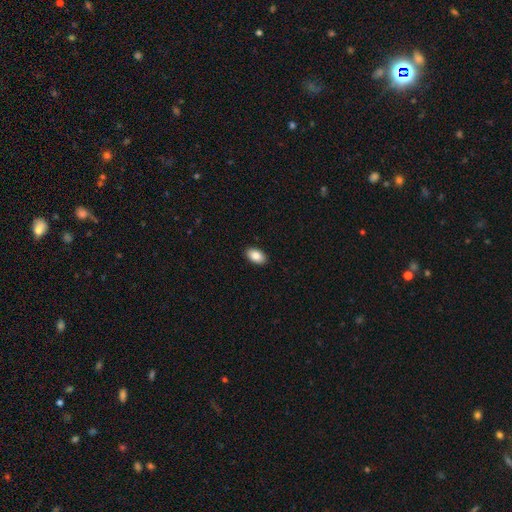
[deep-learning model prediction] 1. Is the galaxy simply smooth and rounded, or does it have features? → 86% smooth, 7% star or artifact, 7% featured or disk.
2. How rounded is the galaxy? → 93% in between, 5% round, 1% cigar-shaped.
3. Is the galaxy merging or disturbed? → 90% none, 7% minor disturbance, 2% major disturbance, 1% merger.